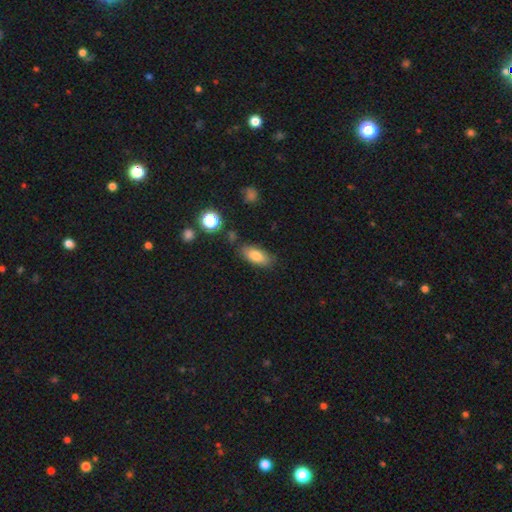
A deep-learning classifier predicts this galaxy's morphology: A smooth galaxy with no disk features (79%) that is in between round and cigar-shaped (83%).

Vote fractions:
- Smooth or featured? smooth: 79% / featured or disk: 12% / star or artifact: 8%
- How rounded? in between: 83% / cigar-shaped: 14% / round: 4%
- Merging? none: 80% / minor disturbance: 13% / merger: 4% / major disturbance: 3%